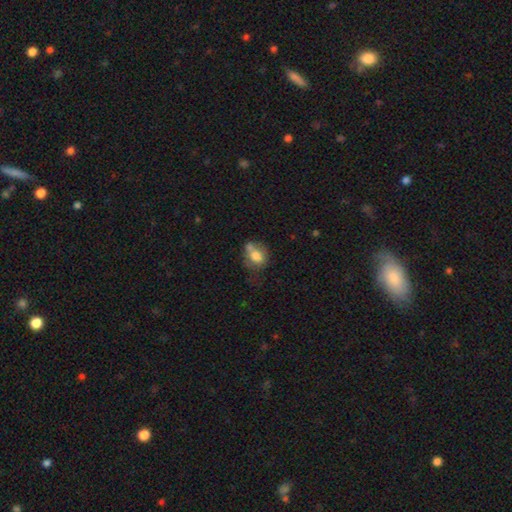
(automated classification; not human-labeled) Q: Smooth or featured?
A: smooth (70%); runner-up: featured or disk (20%)
Q: How rounded?
A: round (50%); runner-up: in between (49%)
Q: Merging?
A: none (36%); runner-up: merger (26%)